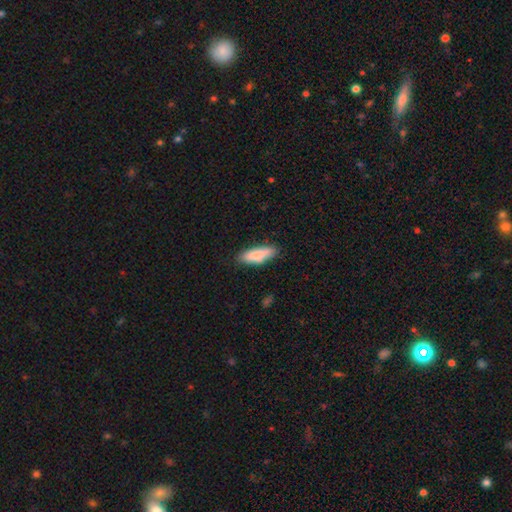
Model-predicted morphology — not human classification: A smooth galaxy with no disk features (80%) that is cigar-shaped (50%).

Vote fractions:
- Smooth or featured? smooth: 80% / featured or disk: 14% / star or artifact: 6%
- How rounded? cigar-shaped: 50% / in between: 48% / round: 2%
- Merging? none: 79% / minor disturbance: 16% / major disturbance: 3% / merger: 3%